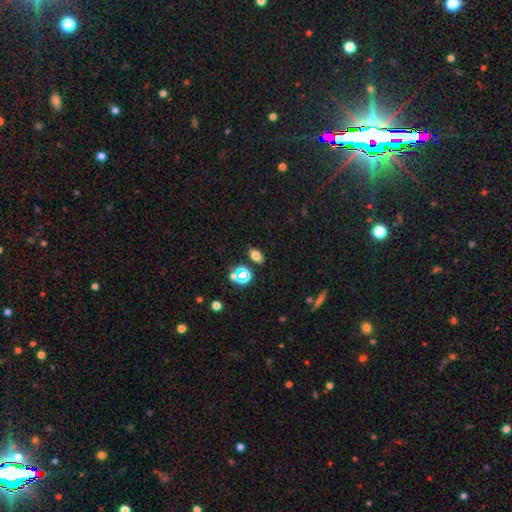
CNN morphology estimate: Q: Smooth or featured?
A: smooth (70%); runner-up: star or artifact (20%)
Q: How rounded?
A: in between (85%); runner-up: round (12%)
Q: Merging?
A: none (82%); runner-up: minor disturbance (10%)